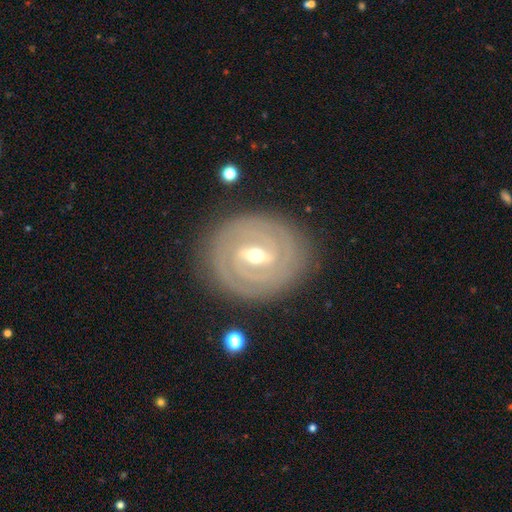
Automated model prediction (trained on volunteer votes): Smooth or featured? Predicted: featured or disk (p=0.88). Edge-on disk? Predicted: no (p=0.96). Bar? Predicted: strong (p=0.49). Spiral arms? Predicted: yes (p=0.93). Spiral winding? Predicted: tight (p=0.83). Spiral arm count? Predicted: 2 (p=0.48). Bulge size? Predicted: moderate (p=0.55). Merging? Predicted: none (p=0.85).